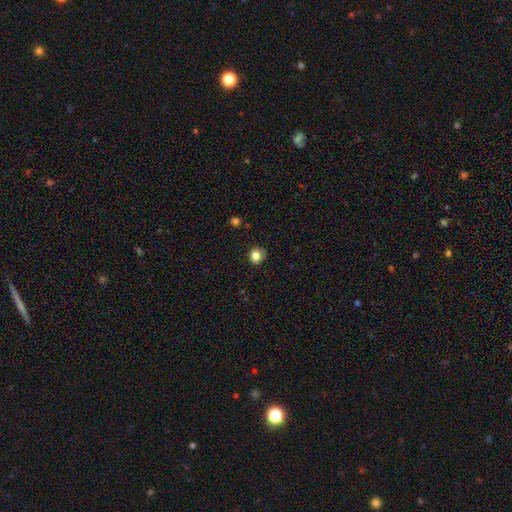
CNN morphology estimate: smooth 81%, star or artifact 11%, featured or disk 8%. Down the decision tree: how rounded — round (86%); merging — none (83%).